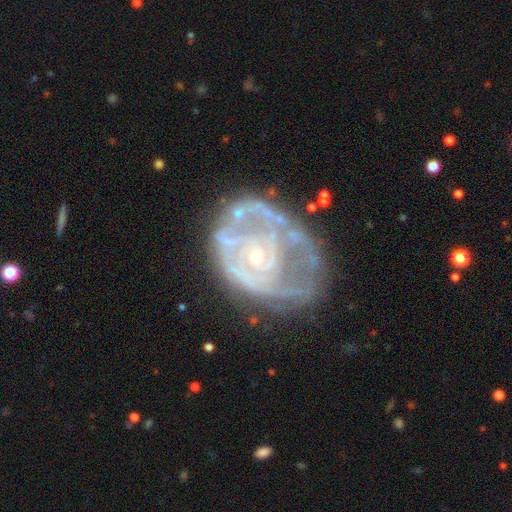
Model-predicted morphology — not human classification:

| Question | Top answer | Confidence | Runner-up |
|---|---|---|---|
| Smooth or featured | featured or disk | 80% | smooth (13%) |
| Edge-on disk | no | 97% | yes (3%) |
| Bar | no | 80% | weak (16%) |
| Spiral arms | yes | 66% | no (34%) |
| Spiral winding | tight | 57% | medium (29%) |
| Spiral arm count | can't tell | 47% | 2 (22%) |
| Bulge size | small | 78% | moderate (16%) |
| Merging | none | 48% | minor disturbance (25%) |